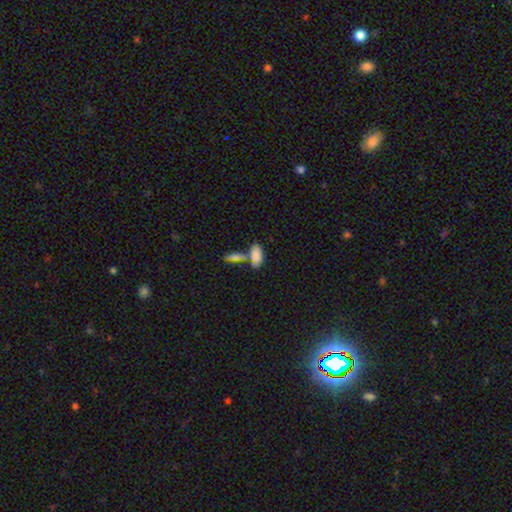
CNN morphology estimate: This is likely a smooth galaxy (80%). How rounded: clearly in between (82%). Merging: marginally none (44%).